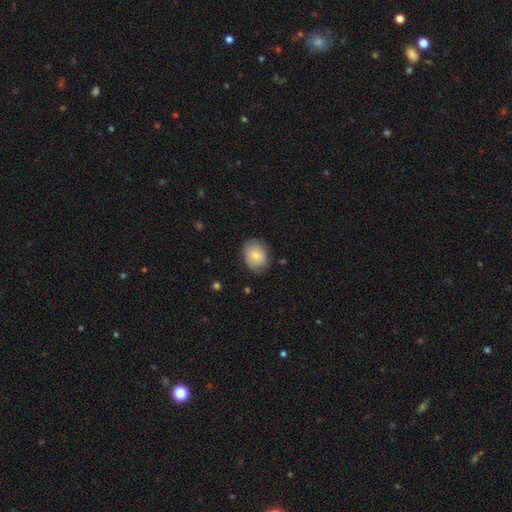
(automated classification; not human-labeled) A smooth galaxy with no disk features (74%) that is in between round and cigar-shaped (58%).

Vote fractions:
- Smooth or featured? smooth: 74% / featured or disk: 19% / star or artifact: 7%
- How rounded? in between: 58% / round: 42% / cigar-shaped: 1%
- Merging? none: 77% / minor disturbance: 18% / major disturbance: 4% / merger: 1%